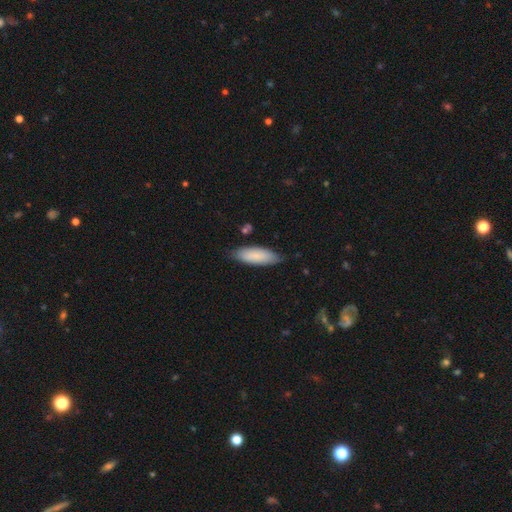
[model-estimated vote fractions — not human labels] Smooth or featured? smooth (86%)
How rounded? in between (64%)
Merging? none (80%)